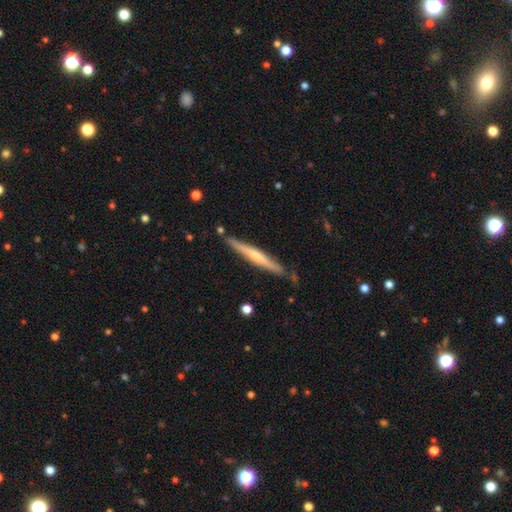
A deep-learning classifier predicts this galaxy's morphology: Q: Smooth or featured?
A: featured or disk (59%); runner-up: smooth (36%)
Q: Edge-on disk?
A: yes (97%); runner-up: no (3%)
Q: Edge-on bulge?
A: rounded (61%); runner-up: none (32%)
Q: Merging?
A: none (84%); runner-up: minor disturbance (12%)